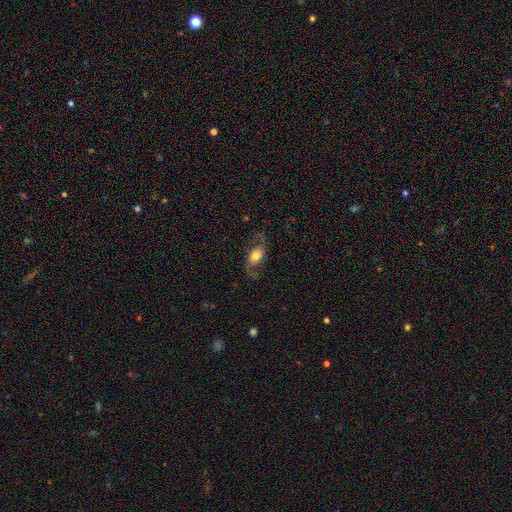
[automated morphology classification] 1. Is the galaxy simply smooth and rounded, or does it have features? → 71% featured or disk, 21% smooth, 8% star or artifact.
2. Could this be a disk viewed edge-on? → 94% no, 6% yes.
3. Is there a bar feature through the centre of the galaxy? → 60% no, 29% weak, 11% strong.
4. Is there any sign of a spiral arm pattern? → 91% yes, 9% no.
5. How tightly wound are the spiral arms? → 73% loose, 22% medium, 5% tight.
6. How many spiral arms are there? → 93% 2, 2% 1, 2% can't tell, 1% 3, 1% 4, 1% more than 4.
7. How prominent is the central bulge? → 56% moderate, 25% large, 13% small, 4% dominant, 2% none.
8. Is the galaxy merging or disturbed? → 71% none, 14% minor disturbance, 13% major disturbance, 2% merger.